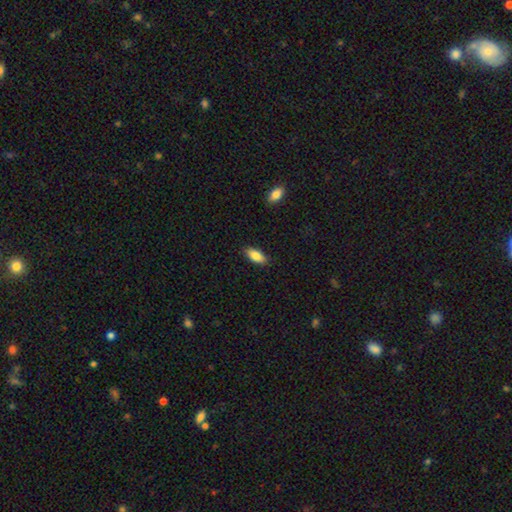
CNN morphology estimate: This appears to be a smooth galaxy with no disk features (85%) that is in between round and cigar-shaped (87%). Merging: none (87%).